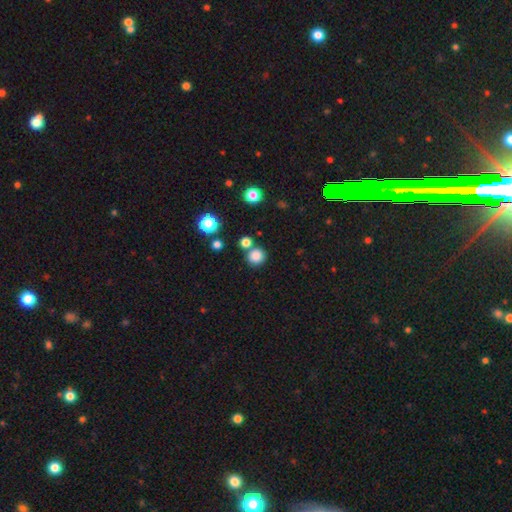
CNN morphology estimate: A smooth galaxy with no disk features (83%) that is round (91%). Merging: none (75%).